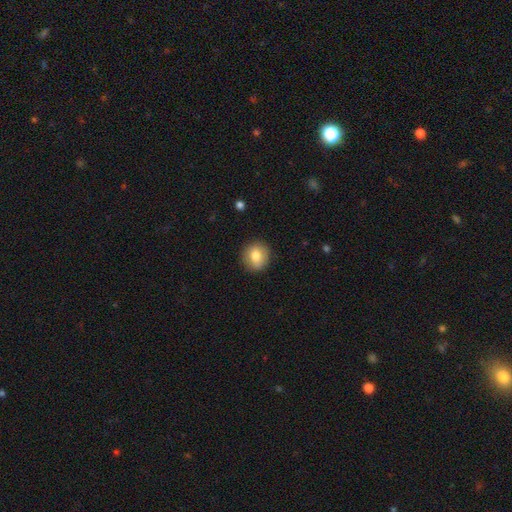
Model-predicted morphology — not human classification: smooth-or-featured: smooth: 79% | featured or disk: 13% | star or artifact: 9%
  how-rounded: round: 83% | in between: 16% | cigar-shaped: 1%
  merging: none: 88% | minor disturbance: 8% | major disturbance: 2% | merger: 1%